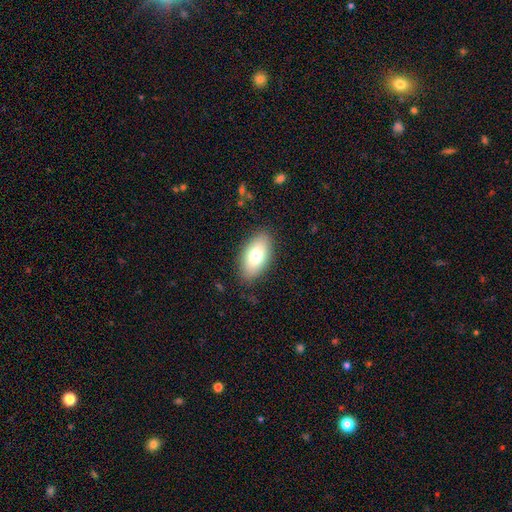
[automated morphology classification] A smooth galaxy with no disk features (77%) that is in between round and cigar-shaped (92%). Merging: none (85%).